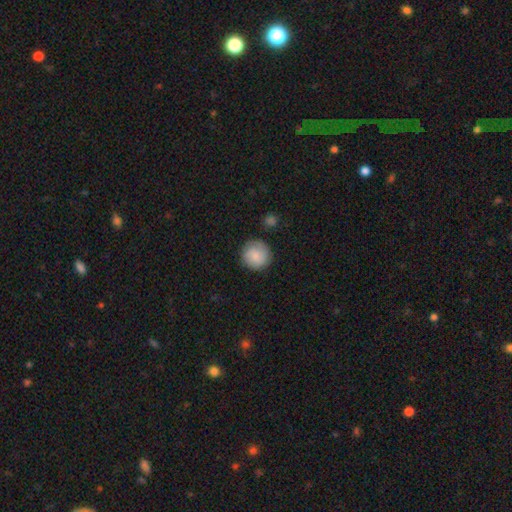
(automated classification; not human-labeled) smooth-or-featured: smooth: 82% | featured or disk: 12% | star or artifact: 7%
  how-rounded: round: 94% | in between: 5% | cigar-shaped: 1%
  merging: none: 85% | minor disturbance: 10% | major disturbance: 3% | merger: 2%